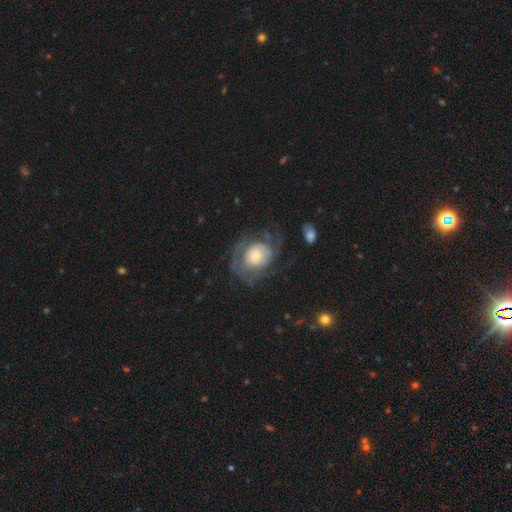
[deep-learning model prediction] Morphology: type=featured or disk (60%); edge-on=no (97%); bar=no (81%); spiral arms=yes (68%); bulge=moderate (40%); merging=none (45%).